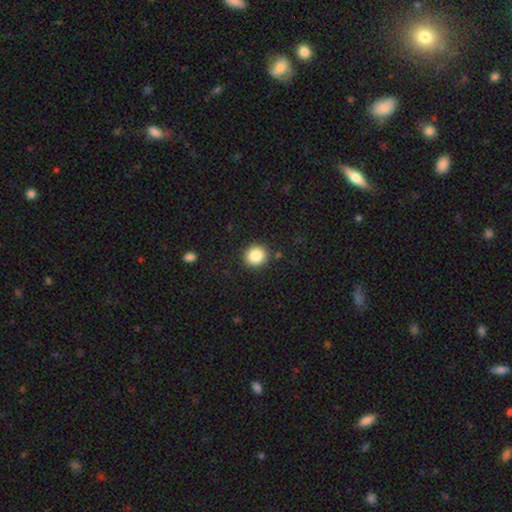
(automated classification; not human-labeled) A smooth galaxy with no disk features (86%) that is round (84%). Merging: none (90%).